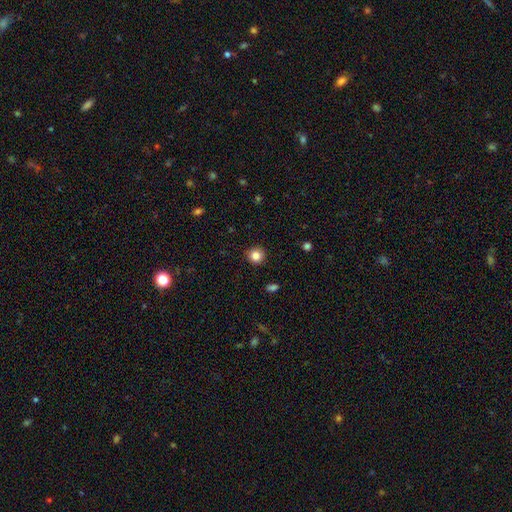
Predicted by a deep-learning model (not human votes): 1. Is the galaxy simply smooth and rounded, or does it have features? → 84% smooth, 11% star or artifact, 5% featured or disk.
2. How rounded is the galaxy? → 93% round, 6% in between, 1% cigar-shaped.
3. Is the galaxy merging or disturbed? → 92% none, 5% minor disturbance, 2% major disturbance, 1% merger.